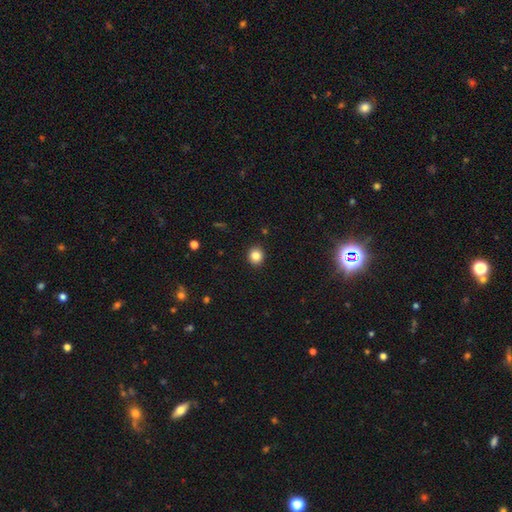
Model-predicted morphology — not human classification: Smooth or featured?
  - smooth: 84% *
  - star or artifact: 11%
  - featured or disk: 5%
How rounded?
  - round: 84% *
  - in between: 15%
  - cigar-shaped: 1%
Merging?
  - none: 92% *
  - minor disturbance: 6%
  - major disturbance: 2%
  - merger: 1%